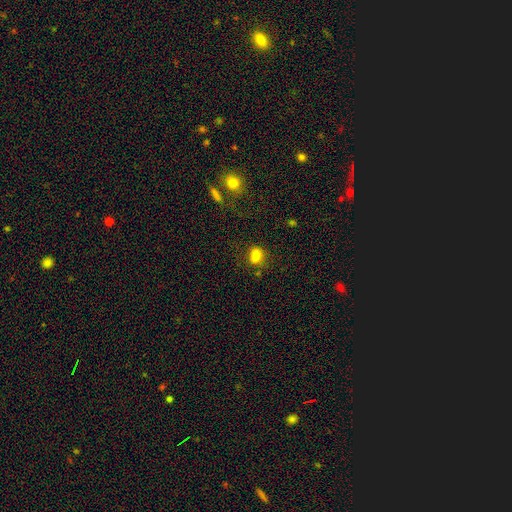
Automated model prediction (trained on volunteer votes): smooth-or-featured: smooth: 71% | star or artifact: 17% | featured or disk: 12%
  how-rounded: round: 53% | in between: 45% | cigar-shaped: 2%
  merging: merger: 45% | none: 38% | minor disturbance: 11% | major disturbance: 6%